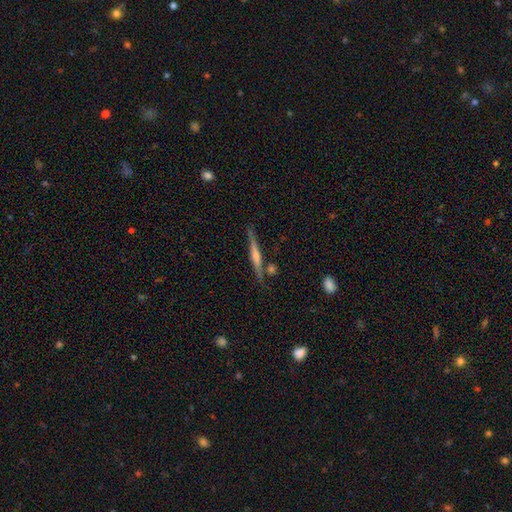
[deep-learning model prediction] A featured or disk galaxy (75%) viewed edge-on (97%) with a rounded central bulge (73%). Merging: none (84%).